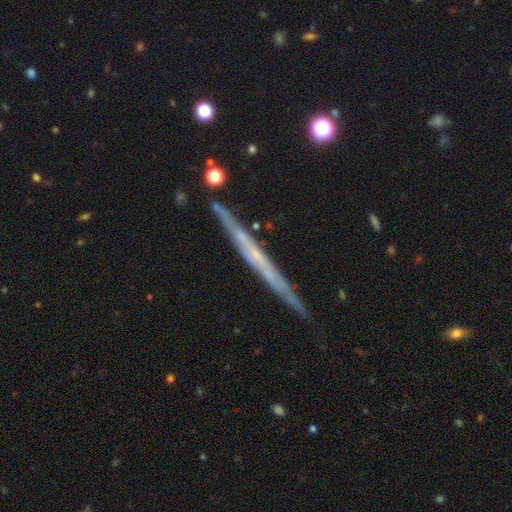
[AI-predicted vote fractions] Smooth or featured?
  - featured or disk: 68% *
  - smooth: 25%
  - star or artifact: 7%
Edge-on disk?
  - yes: 97% *
  - no: 3%
Edge-on bulge?
  - none: 82% *
  - rounded: 13%
  - boxy: 5%
Merging?
  - none: 88% *
  - minor disturbance: 9%
  - merger: 2%
  - major disturbance: 2%